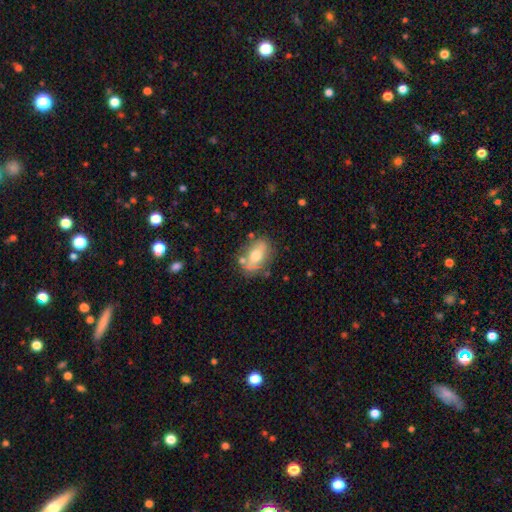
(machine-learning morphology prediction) A smooth galaxy with no disk features (50%) that is in between round and cigar-shaped (81%).

Vote fractions:
- Smooth or featured? smooth: 50% / featured or disk: 42% / star or artifact: 8%
- How rounded? in between: 81% / round: 15% / cigar-shaped: 4%
- Merging? none: 71% / minor disturbance: 17% / merger: 7% / major disturbance: 5%